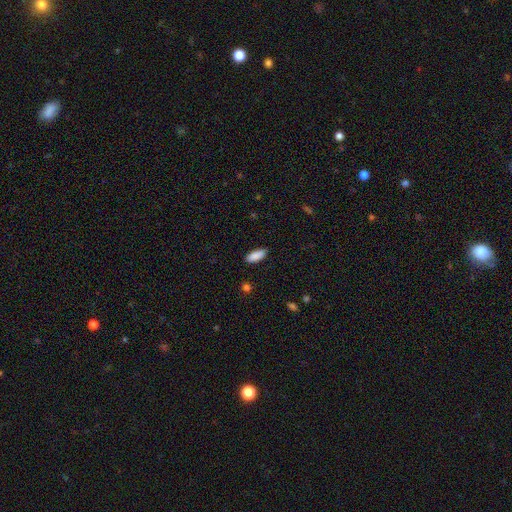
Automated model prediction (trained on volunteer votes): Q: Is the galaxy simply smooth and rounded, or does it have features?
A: smooth — 89%.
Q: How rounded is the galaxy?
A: in between — 78%.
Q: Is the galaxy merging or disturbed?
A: none — 88%.